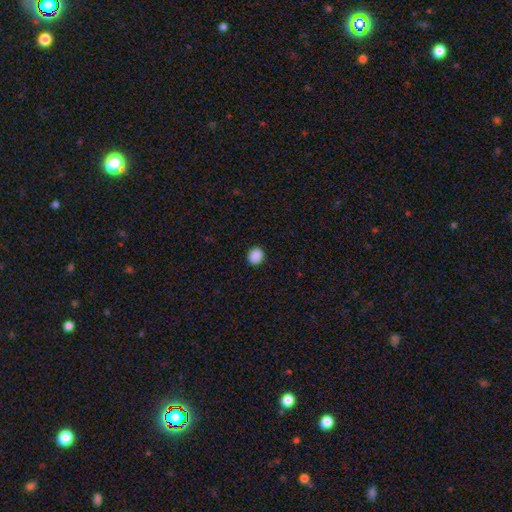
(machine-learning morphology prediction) The model was most divided on "how rounded": round: 75%, in between: 24%, cigar-shaped: 1%. More confident: merging — none (92%); smooth or featured — smooth (89%).